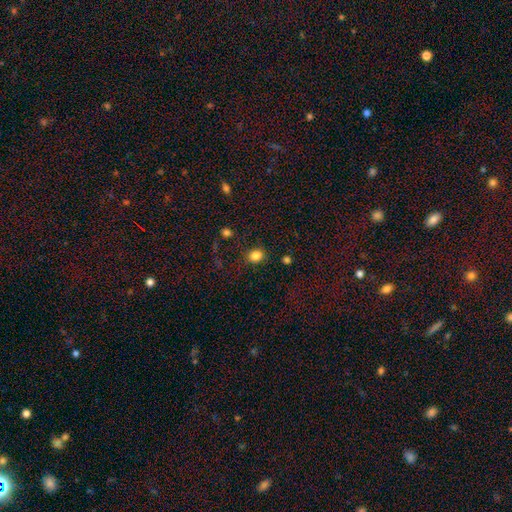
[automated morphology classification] Smooth or featured? smooth (84%)
How rounded? round (66%)
Merging? none (84%)